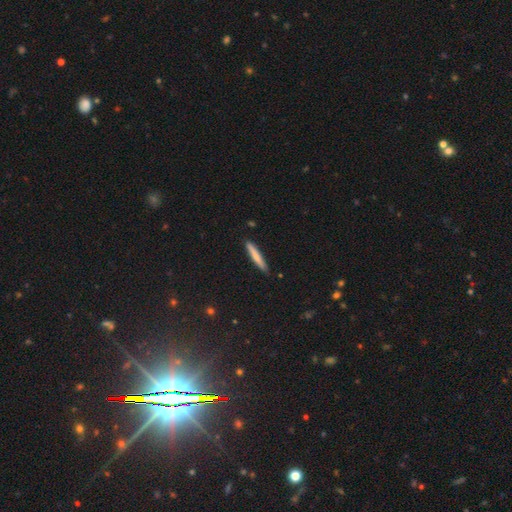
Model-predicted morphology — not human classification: type=smooth (71%); roundness=cigar-shaped (94%); merging=none (87%).